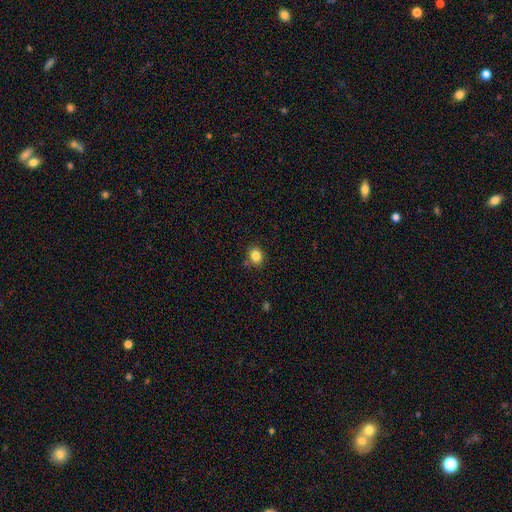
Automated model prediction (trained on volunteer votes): smooth 84%, star or artifact 11%, featured or disk 5%. Down the decision tree: how rounded — round (63%); merging — none (82%).